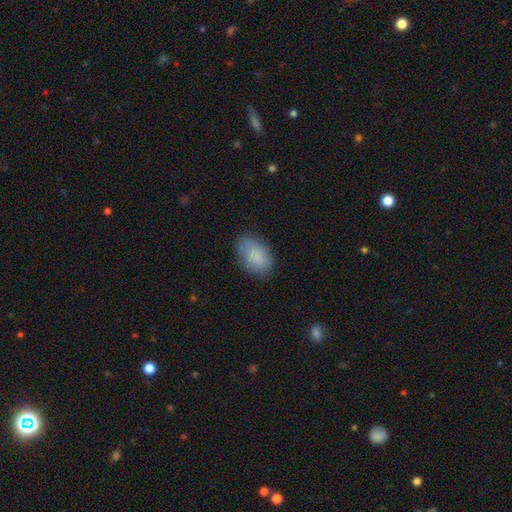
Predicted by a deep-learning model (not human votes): The model was most divided on "merging": none: 78%, minor disturbance: 17%, major disturbance: 4%, merger: 1%. More confident: how rounded — in between (90%); smooth or featured — smooth (84%).